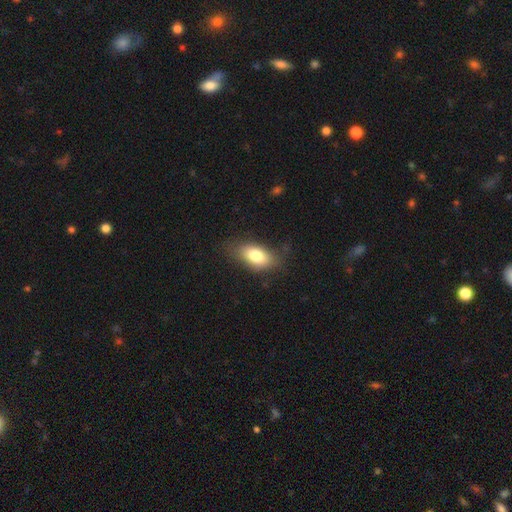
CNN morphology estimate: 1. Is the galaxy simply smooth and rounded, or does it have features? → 78% smooth, 14% featured or disk, 8% star or artifact.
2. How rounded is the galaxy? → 89% in between, 6% round, 5% cigar-shaped.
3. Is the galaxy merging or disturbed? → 73% none, 19% minor disturbance, 6% major disturbance, 1% merger.